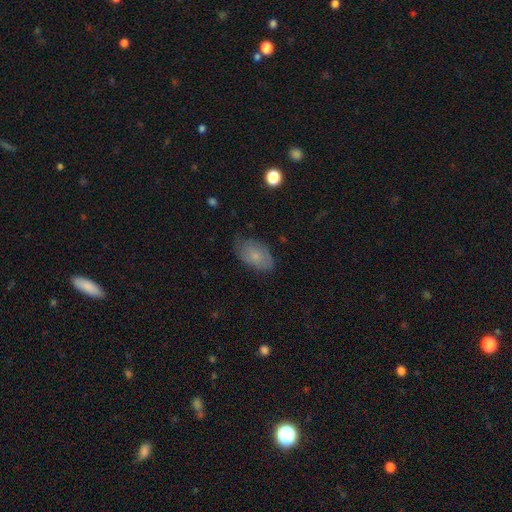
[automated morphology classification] This appears to be a smooth galaxy with no disk features (67%) that is in between round and cigar-shaped (90%). Merging: none (66%).